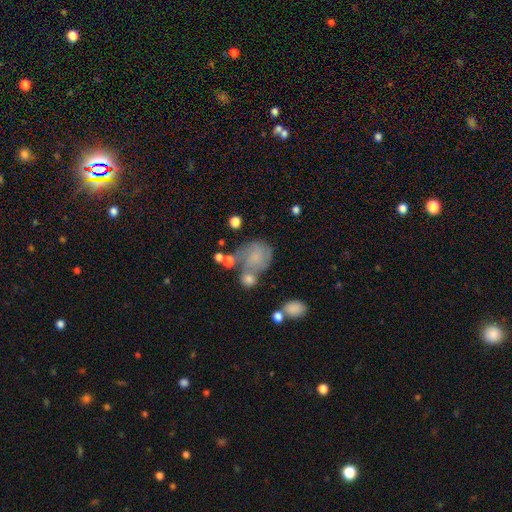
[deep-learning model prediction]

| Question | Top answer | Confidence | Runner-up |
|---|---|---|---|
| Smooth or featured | smooth | 59% | featured or disk (32%) |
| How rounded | round | 58% | in between (41%) |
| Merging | none | 31% | merger (29%) |